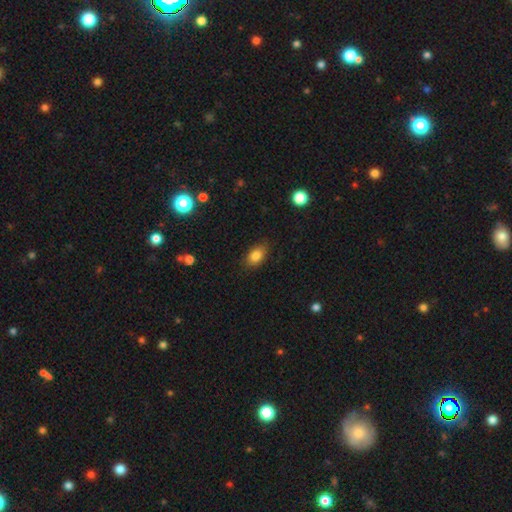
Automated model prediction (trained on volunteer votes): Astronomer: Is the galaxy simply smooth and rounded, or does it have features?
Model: smooth — 84%.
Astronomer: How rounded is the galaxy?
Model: in between — 86%.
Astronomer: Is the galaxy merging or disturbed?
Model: none — 82%.